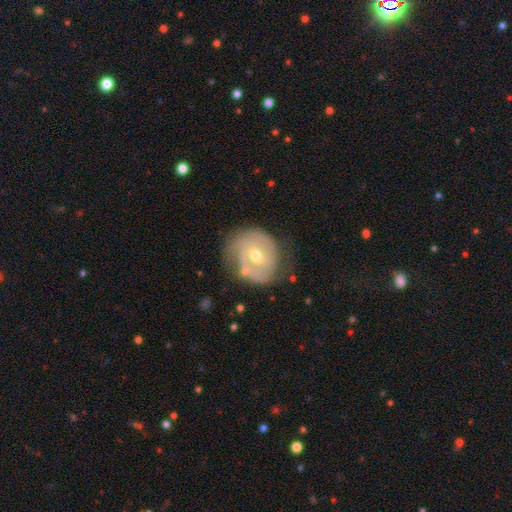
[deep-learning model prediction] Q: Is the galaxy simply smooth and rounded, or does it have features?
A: featured or disk — 74%.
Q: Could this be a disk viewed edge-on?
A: no — 97%.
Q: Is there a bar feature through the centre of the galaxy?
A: no — 50%.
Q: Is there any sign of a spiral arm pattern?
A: yes — 81%.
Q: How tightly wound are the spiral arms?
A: tight — 55%.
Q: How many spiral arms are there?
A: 2 — 51%.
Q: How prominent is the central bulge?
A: moderate — 64%.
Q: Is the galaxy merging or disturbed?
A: none — 60%.